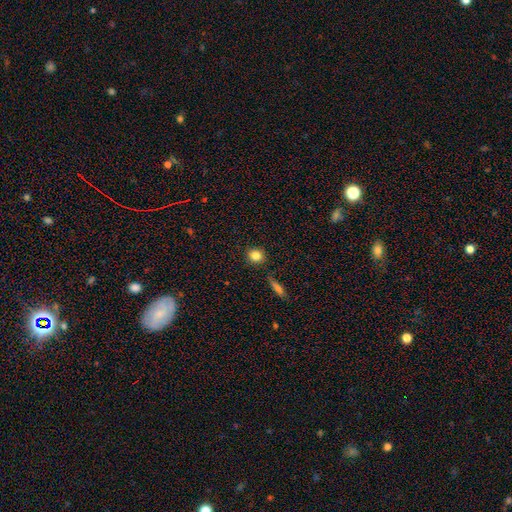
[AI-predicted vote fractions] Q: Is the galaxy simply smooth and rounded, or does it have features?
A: smooth — 83%.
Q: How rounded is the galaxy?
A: round — 82%.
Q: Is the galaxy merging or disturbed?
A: none — 88%.